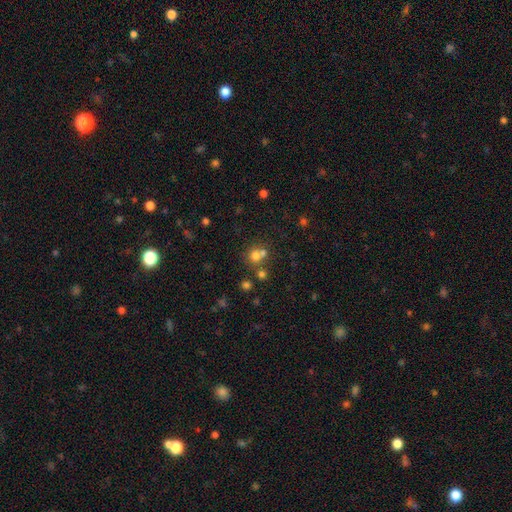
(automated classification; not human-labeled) Smooth or featured? smooth (69%)
How rounded? round (86%)
Merging? none (51%)